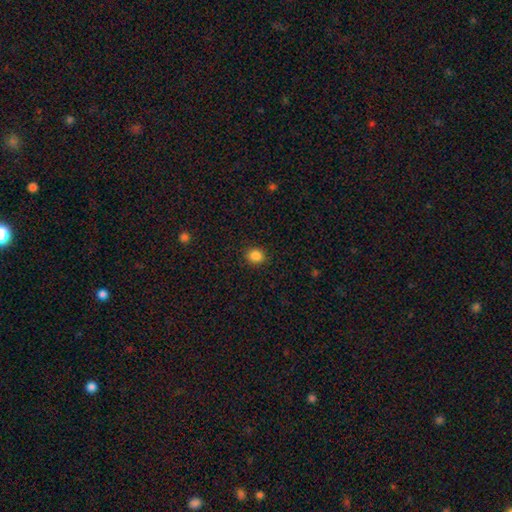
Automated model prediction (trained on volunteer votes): Smooth or featured?
  - smooth: 86% *
  - star or artifact: 11%
  - featured or disk: 4%
How rounded?
  - round: 75% *
  - in between: 24%
  - cigar-shaped: 1%
Merging?
  - none: 90% *
  - minor disturbance: 7%
  - major disturbance: 2%
  - merger: 1%